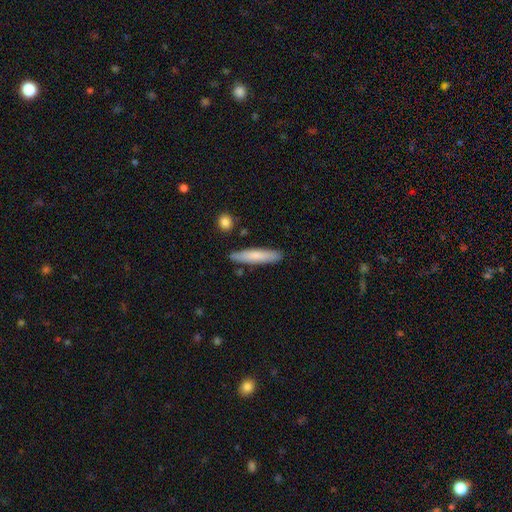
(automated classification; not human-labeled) This appears to be a smooth galaxy with no disk features (75%) that is cigar-shaped (87%). Merging: none (85%).